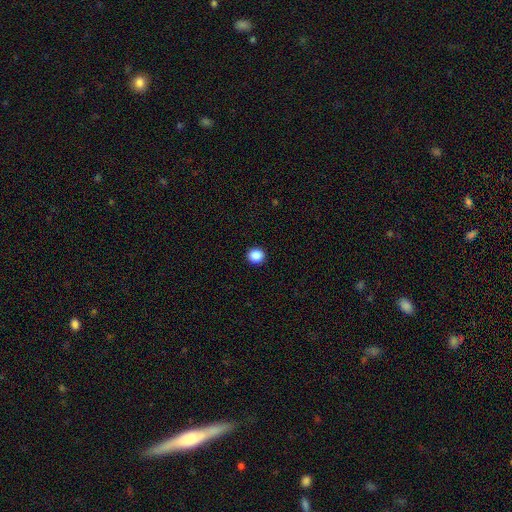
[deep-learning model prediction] Smooth or featured: smooth — 88% (star or artifact — 9%)
How rounded: round — 93% (in between — 6%)
Merging: none — 93% (minor disturbance — 4%)